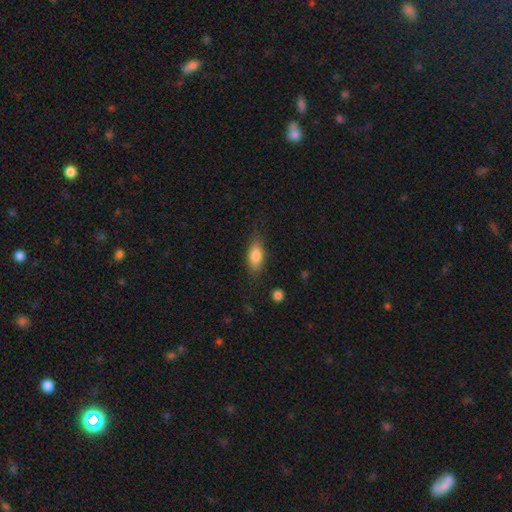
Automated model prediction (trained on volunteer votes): Smooth or featured?
  - smooth: 81% *
  - featured or disk: 12%
  - star or artifact: 7%
How rounded?
  - in between: 81% *
  - cigar-shaped: 15%
  - round: 4%
Merging?
  - none: 78% *
  - minor disturbance: 16%
  - major disturbance: 4%
  - merger: 2%